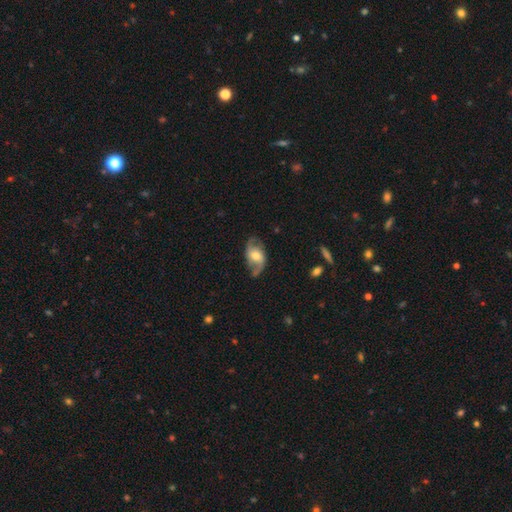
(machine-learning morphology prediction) featured or disk 73%, smooth 21%, star or artifact 6%. Down the decision tree: edge-on disk — no (96%); bar — no (47%); spiral arms — yes (91%); spiral arm count — 2 (88%); spiral winding — loose (57%); bulge size — moderate (62%); merging — none (70%).